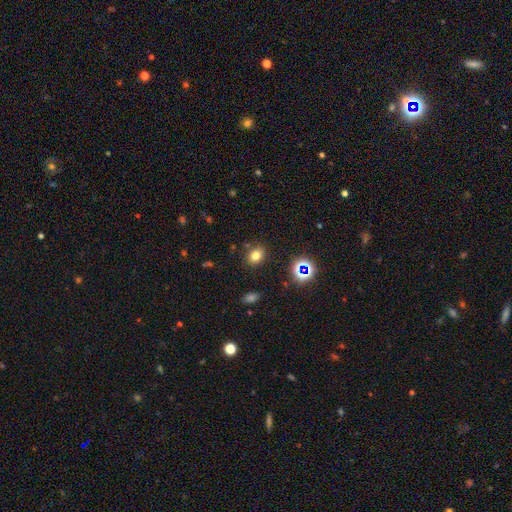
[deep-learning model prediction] The model was most divided on "how rounded": round: 53%, in between: 46%, cigar-shaped: 1%. More confident: merging — none (85%); smooth or featured — smooth (74%).